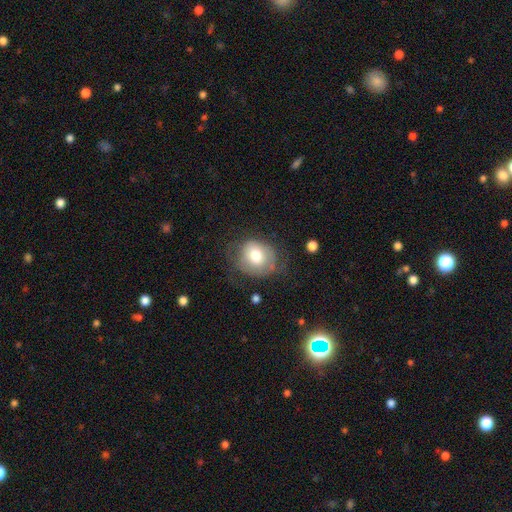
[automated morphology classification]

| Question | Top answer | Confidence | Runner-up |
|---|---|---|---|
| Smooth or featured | smooth | 68% | featured or disk (23%) |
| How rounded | round | 70% | in between (29%) |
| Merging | none | 57% | minor disturbance (25%) |